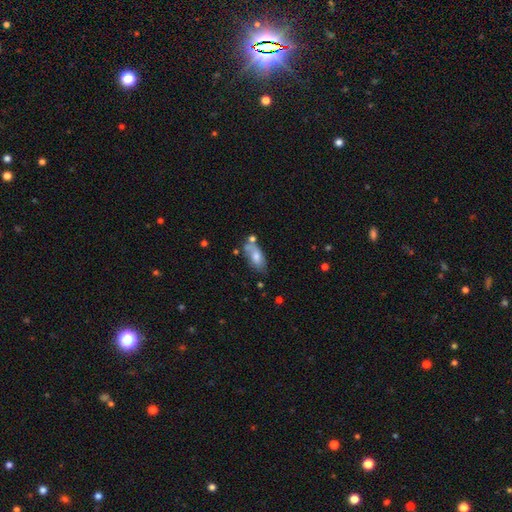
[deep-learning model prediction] smooth 60%, featured or disk 32%, star or artifact 8%. Down the decision tree: how rounded — in between (87%); merging — none (45%).